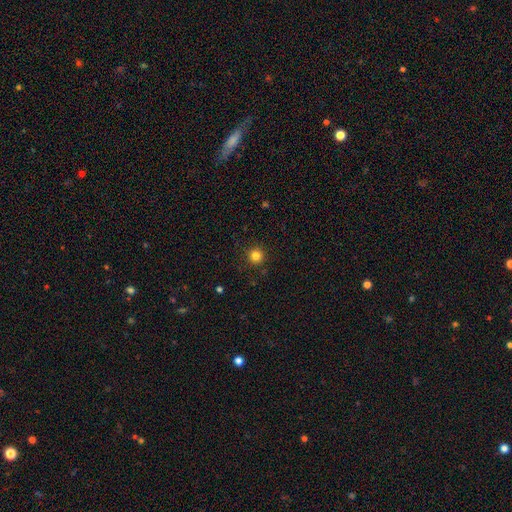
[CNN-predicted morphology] This is clearly a smooth galaxy (82%). How rounded: clearly round (96%). Merging: clearly none (91%).